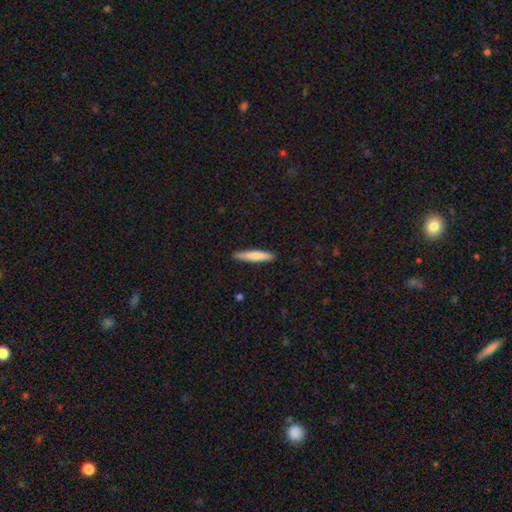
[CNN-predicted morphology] The model was most divided on "smooth or featured": smooth: 77%, featured or disk: 18%, star or artifact: 5%. More confident: how rounded — cigar-shaped (92%); merging — none (90%).